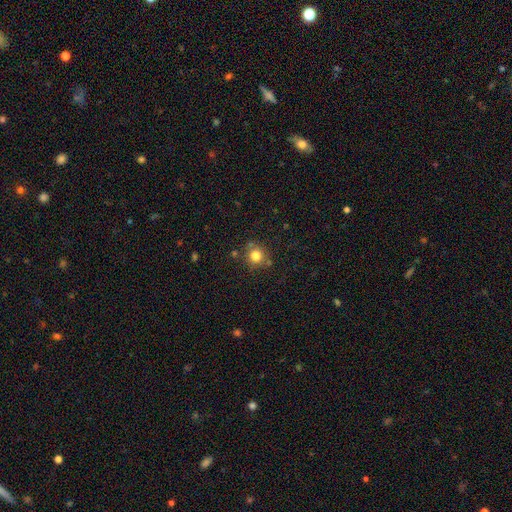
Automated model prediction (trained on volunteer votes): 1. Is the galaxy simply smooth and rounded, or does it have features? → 80% smooth, 13% star or artifact, 7% featured or disk.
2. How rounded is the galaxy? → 92% round, 7% in between, 1% cigar-shaped.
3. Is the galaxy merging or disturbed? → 80% none, 10% minor disturbance, 7% merger, 3% major disturbance.